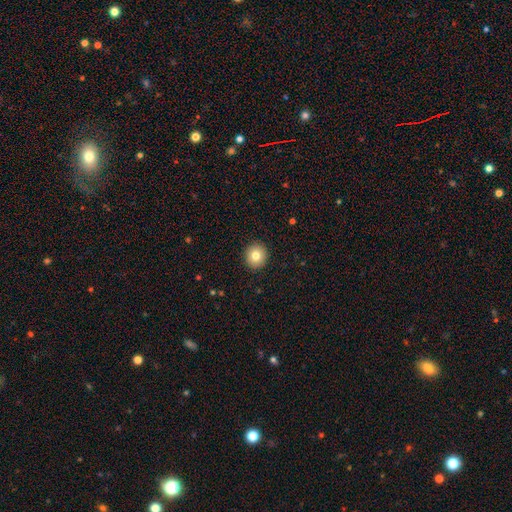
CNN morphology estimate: Smooth or featured? smooth (80%)
How rounded? round (89%)
Merging? none (92%)